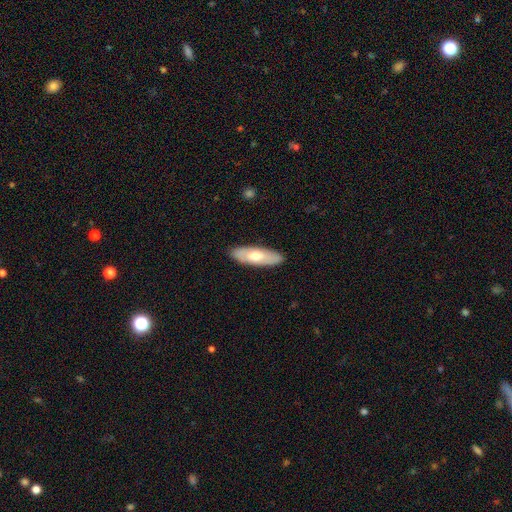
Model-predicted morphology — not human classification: This is possibly a smooth galaxy (58%). How rounded: likely in between (65%). Merging: clearly none (89%).